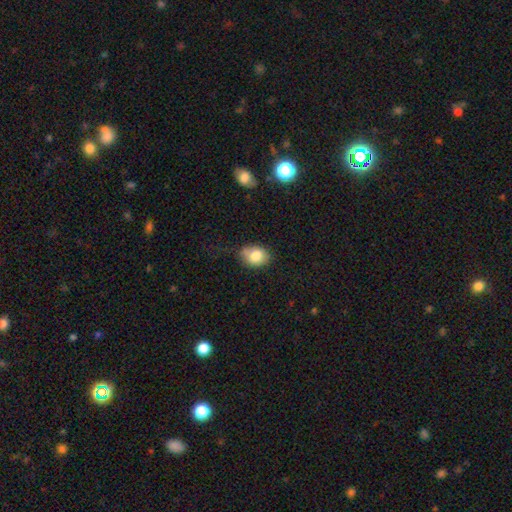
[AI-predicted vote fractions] Q: Smooth or featured?
A: smooth (80%); runner-up: featured or disk (11%)
Q: How rounded?
A: in between (55%); runner-up: round (44%)
Q: Merging?
A: none (59%); runner-up: minor disturbance (27%)